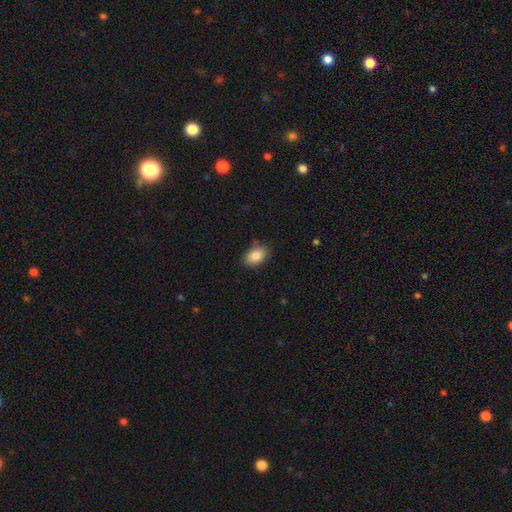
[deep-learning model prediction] Smooth or featured?
  - smooth: 87% *
  - star or artifact: 7%
  - featured or disk: 6%
How rounded?
  - in between: 88% *
  - round: 11%
  - cigar-shaped: 1%
Merging?
  - none: 83% *
  - minor disturbance: 13%
  - major disturbance: 3%
  - merger: 2%